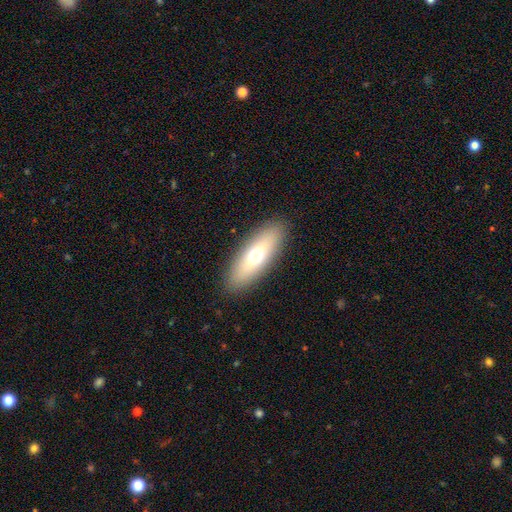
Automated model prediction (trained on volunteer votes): Q: Smooth or featured?
A: smooth (64%); runner-up: featured or disk (28%)
Q: How rounded?
A: in between (58%); runner-up: cigar-shaped (40%)
Q: Merging?
A: none (89%); runner-up: minor disturbance (7%)